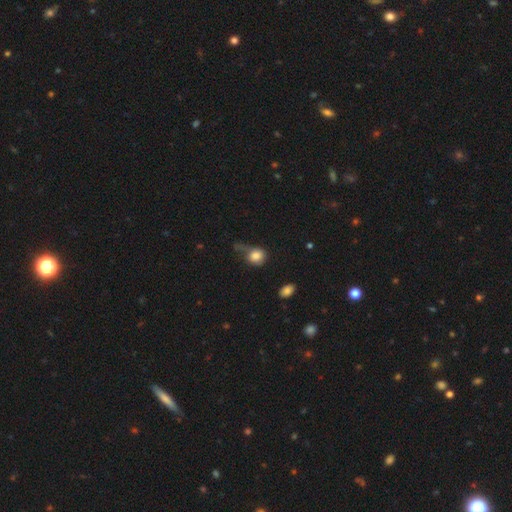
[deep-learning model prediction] This appears to be a smooth galaxy with no disk features (81%) that is round (69%). Merging: none (36%).